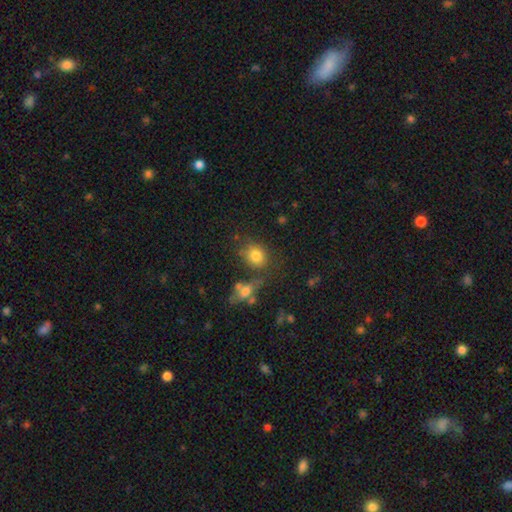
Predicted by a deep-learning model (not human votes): This is likely a smooth galaxy (80%). How rounded: likely round (61%). Merging: likely none (65%).